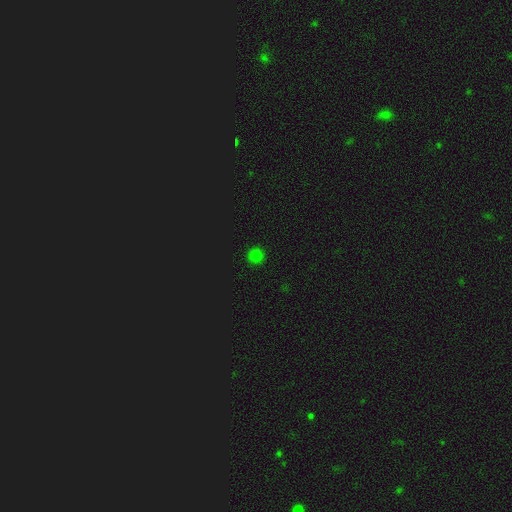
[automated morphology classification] smooth 77%, star or artifact 19%, featured or disk 5%. Down the decision tree: how rounded — round (95%); merging — none (92%).